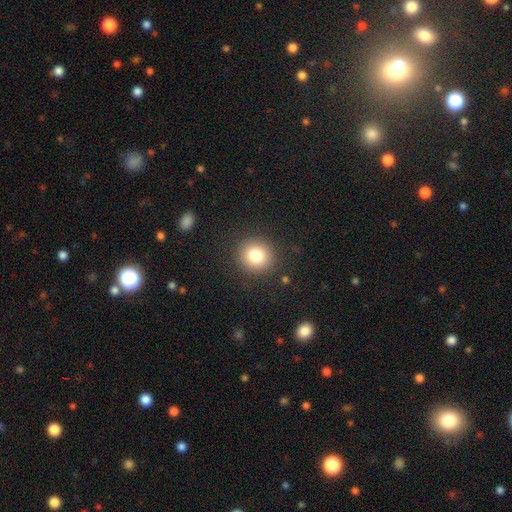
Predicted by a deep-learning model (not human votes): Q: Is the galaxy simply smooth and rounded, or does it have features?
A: smooth — 80%.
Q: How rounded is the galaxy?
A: round — 89%.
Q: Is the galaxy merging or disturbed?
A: none — 90%.